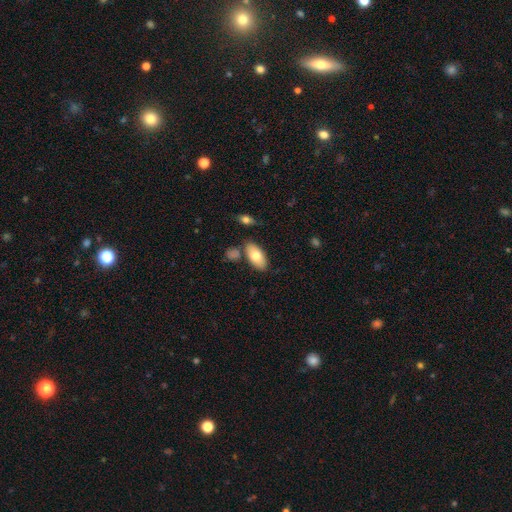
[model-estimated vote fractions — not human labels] Smooth or featured: smooth — 74% (featured or disk — 20%)
How rounded: in between — 93% (cigar-shaped — 4%)
Merging: none — 78% (minor disturbance — 12%)